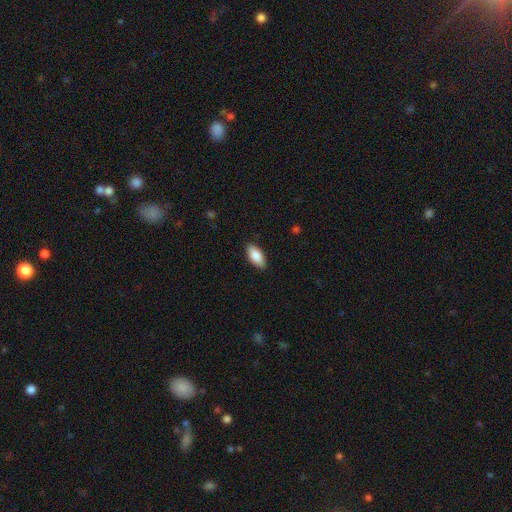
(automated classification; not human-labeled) Q: Smooth or featured?
A: smooth (83%); runner-up: featured or disk (11%)
Q: How rounded?
A: in between (88%); runner-up: cigar-shaped (9%)
Q: Merging?
A: none (89%); runner-up: minor disturbance (8%)